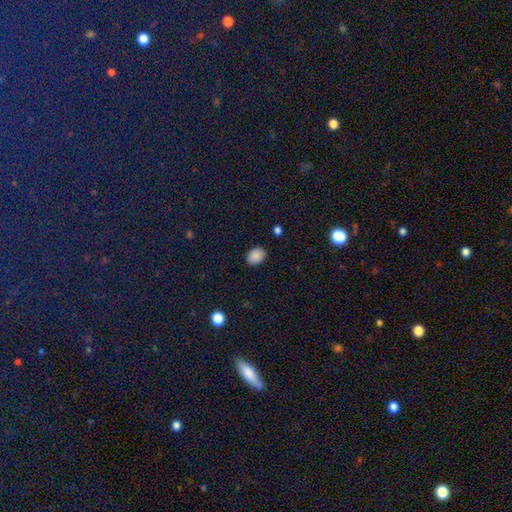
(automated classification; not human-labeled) Smooth or featured? Predicted: smooth (p=0.88). How rounded? Predicted: in between (p=0.67). Merging? Predicted: none (p=0.88).